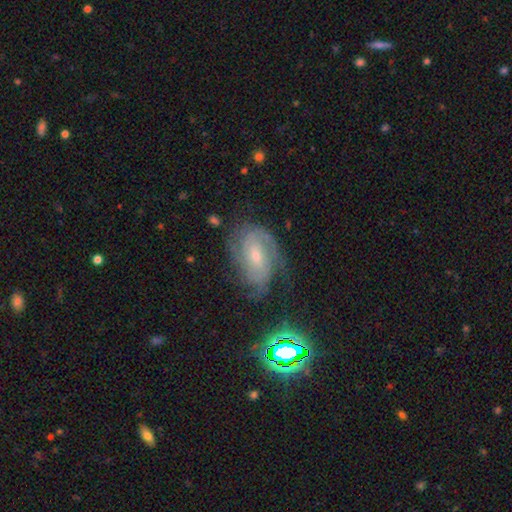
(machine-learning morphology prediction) A featured or disk galaxy (79%) with a weak bar (45%), 2 (38%) tight (54%) spiral arms (95%) and a small central bulge (54%). Merging: none (66%).